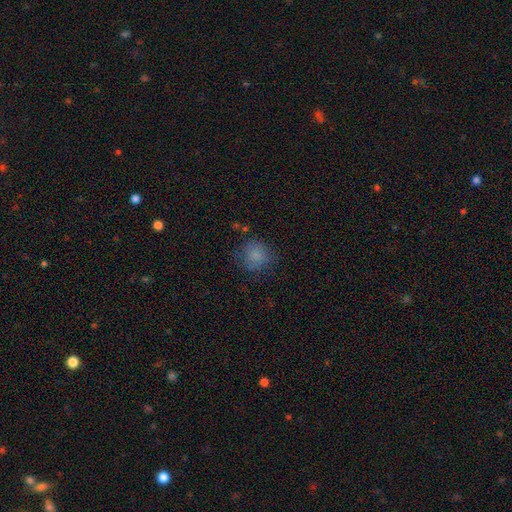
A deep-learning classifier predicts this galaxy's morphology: Q: Smooth or featured?
A: smooth (81%); runner-up: star or artifact (12%)
Q: How rounded?
A: round (87%); runner-up: in between (12%)
Q: Merging?
A: none (75%); runner-up: minor disturbance (17%)